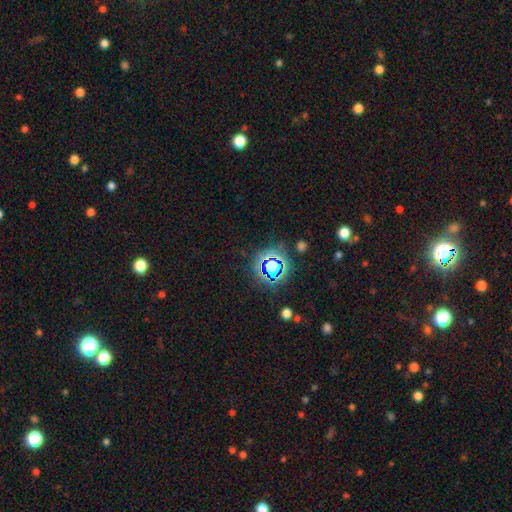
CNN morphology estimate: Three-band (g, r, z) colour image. It shows a star or artifact, not a galaxy (79%).